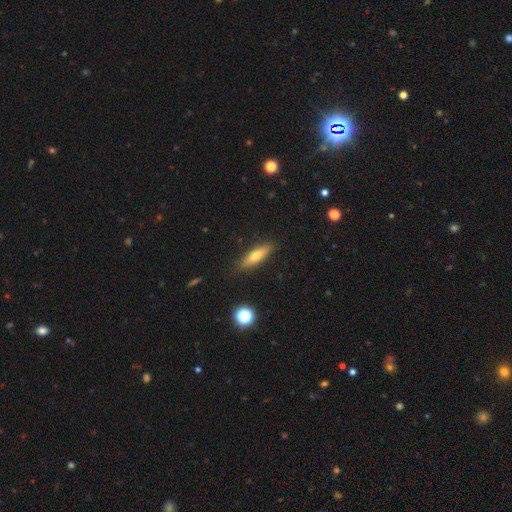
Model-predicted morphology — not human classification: A smooth galaxy with no disk features (61%) that is cigar-shaped (62%).

Vote fractions:
- Smooth or featured? smooth: 61% / featured or disk: 31% / star or artifact: 8%
- How rounded? cigar-shaped: 62% / in between: 35% / round: 3%
- Merging? none: 84% / minor disturbance: 12% / major disturbance: 2% / merger: 2%